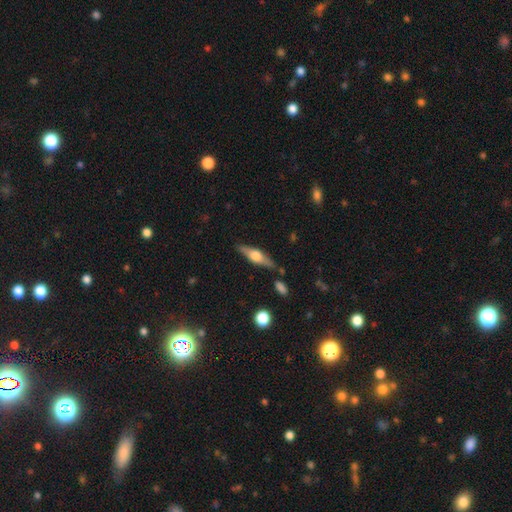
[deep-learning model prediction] Q: Smooth or featured?
A: featured or disk (58%); runner-up: smooth (36%)
Q: Edge-on disk?
A: yes (93%); runner-up: no (7%)
Q: Edge-on bulge?
A: rounded (90%); runner-up: boxy (8%)
Q: Merging?
A: none (80%); runner-up: minor disturbance (13%)